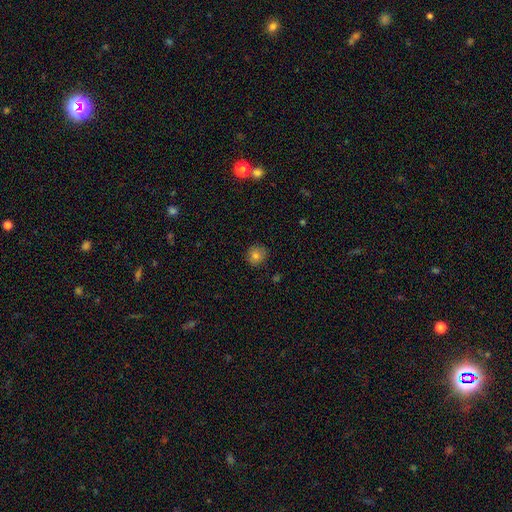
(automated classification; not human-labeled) Smooth or featured: smooth — 79% (star or artifact — 12%)
How rounded: round — 91% (in between — 8%)
Merging: none — 88% (minor disturbance — 9%)